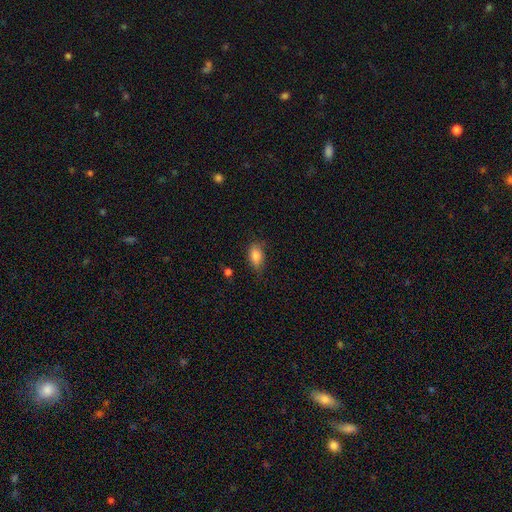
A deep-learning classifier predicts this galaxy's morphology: A smooth galaxy with no disk features (85%) that is in between round and cigar-shaped (88%).

Vote fractions:
- Smooth or featured? smooth: 85% / star or artifact: 8% / featured or disk: 7%
- How rounded? in between: 88% / round: 8% / cigar-shaped: 4%
- Merging? none: 72% / minor disturbance: 21% / major disturbance: 4% / merger: 2%